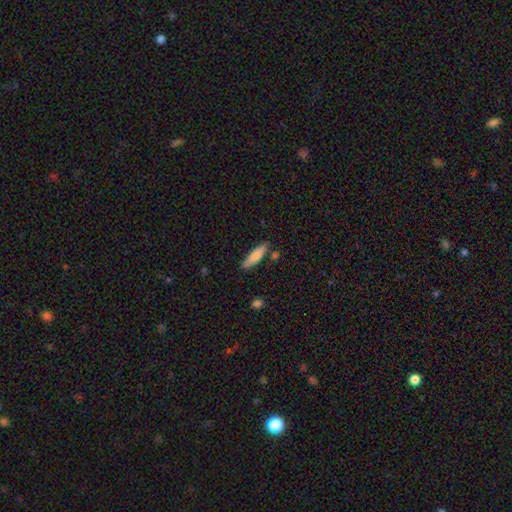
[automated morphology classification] Q: Smooth or featured?
A: smooth (76%); runner-up: featured or disk (18%)
Q: How rounded?
A: cigar-shaped (67%); runner-up: in between (31%)
Q: Merging?
A: none (80%); runner-up: minor disturbance (13%)